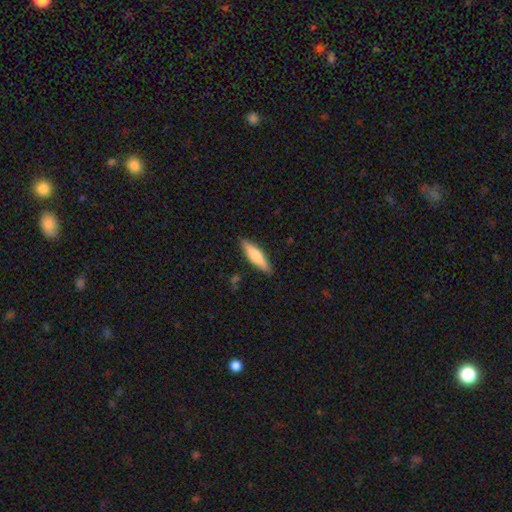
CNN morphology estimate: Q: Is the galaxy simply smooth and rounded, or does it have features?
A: smooth — 66%.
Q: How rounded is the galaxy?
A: cigar-shaped — 73%.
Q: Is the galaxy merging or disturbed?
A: none — 88%.